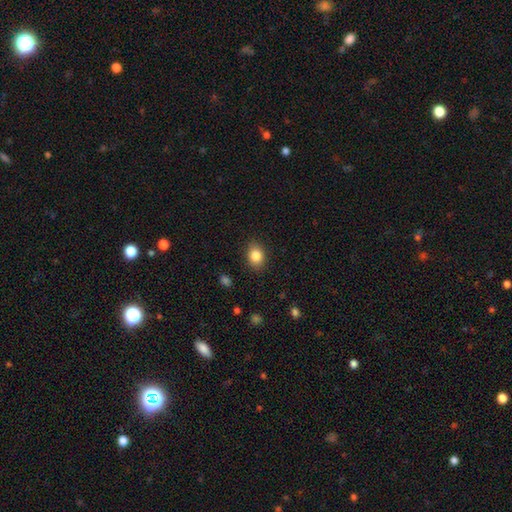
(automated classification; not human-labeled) smooth-or-featured: smooth: 85% | star or artifact: 9% | featured or disk: 6%
  how-rounded: in between: 63% | round: 36% | cigar-shaped: 1%
  merging: none: 87% | minor disturbance: 10% | major disturbance: 3% | merger: 1%